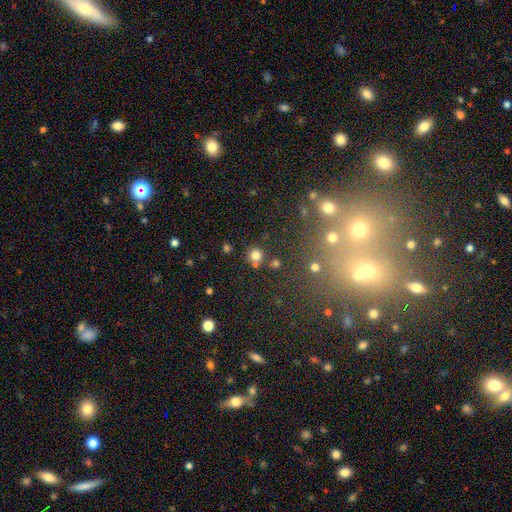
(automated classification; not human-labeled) smooth_or_featured: smooth (p=0.77) [alt: star or artifact p=0.17]
how_rounded: round (p=0.93) [alt: in between p=0.06]
merging: none (p=0.78) [alt: merger p=0.11]